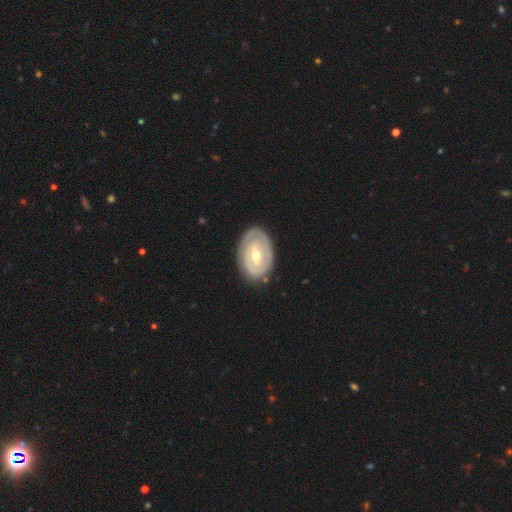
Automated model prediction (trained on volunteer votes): Smooth or featured?
  - featured or disk: 69% *
  - smooth: 27%
  - star or artifact: 4%
Edge-on disk?
  - no: 95% *
  - yes: 5%
Bar?
  - weak: 45% *
  - no: 35%
  - strong: 21%
Spiral arms?
  - yes: 55% *
  - no: 45%
Bulge size?
  - moderate: 68% *
  - small: 26%
  - large: 4%
  - none: 1%
  - dominant: 1%
Merging?
  - none: 79% *
  - minor disturbance: 16%
  - major disturbance: 4%
  - merger: 1%